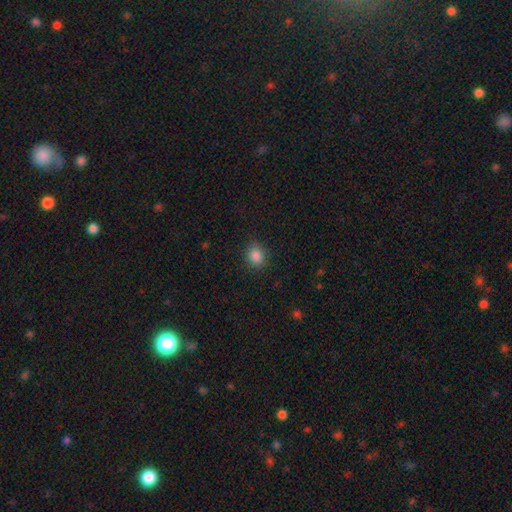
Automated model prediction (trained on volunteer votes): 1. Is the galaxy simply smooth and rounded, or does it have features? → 86% smooth, 10% star or artifact, 4% featured or disk.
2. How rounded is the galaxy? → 69% round, 30% in between, 1% cigar-shaped.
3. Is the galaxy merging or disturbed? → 86% none, 10% minor disturbance, 3% major disturbance, 1% merger.